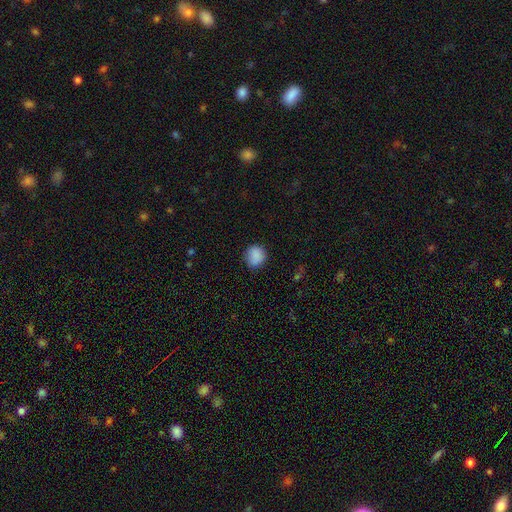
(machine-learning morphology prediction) Smooth or featured? Predicted: smooth (p=0.88). How rounded? Predicted: round (p=0.83). Merging? Predicted: none (p=0.83).